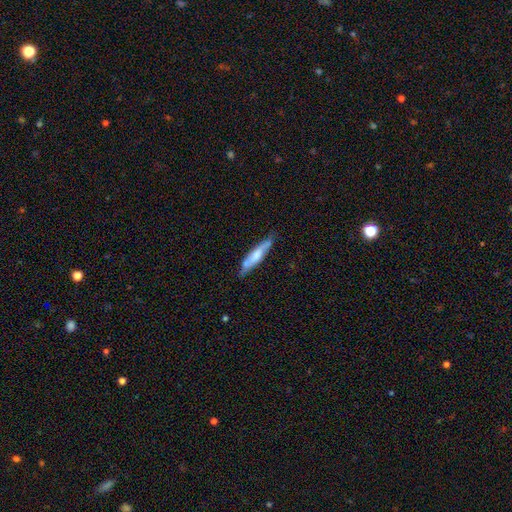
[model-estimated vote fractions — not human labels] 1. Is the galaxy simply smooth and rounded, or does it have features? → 56% smooth, 38% featured or disk, 6% star or artifact.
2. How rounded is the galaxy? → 85% cigar-shaped, 13% in between, 1% round.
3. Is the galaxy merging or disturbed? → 74% none, 21% minor disturbance, 3% major disturbance, 2% merger.